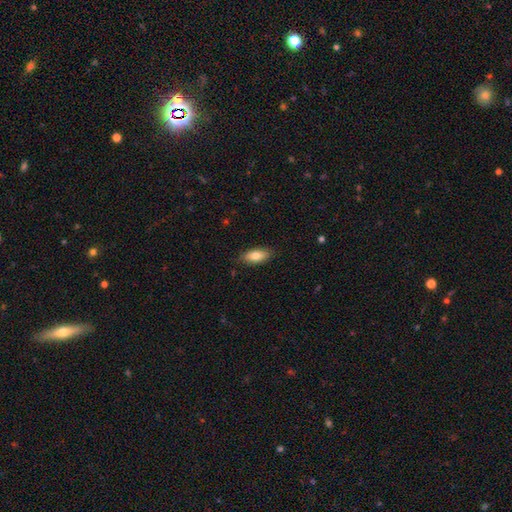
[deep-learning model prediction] smooth-or-featured: smooth: 80% | featured or disk: 14% | star or artifact: 6%
  how-rounded: in between: 85% | cigar-shaped: 12% | round: 3%
  merging: none: 84% | minor disturbance: 13% | major disturbance: 2% | merger: 1%